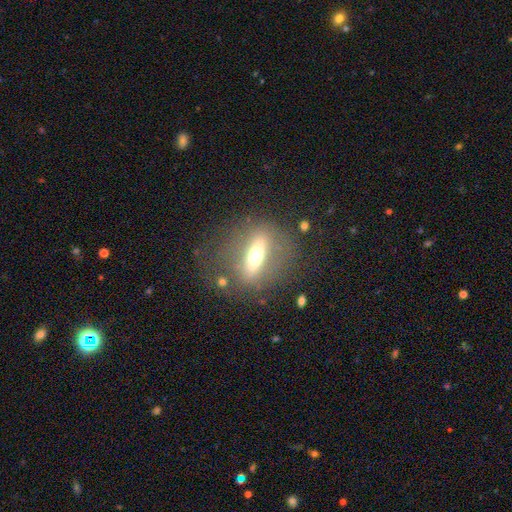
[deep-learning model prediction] A featured or disk galaxy (52%) viewed edge-on (50%, tied with no). Merging: none (70%).